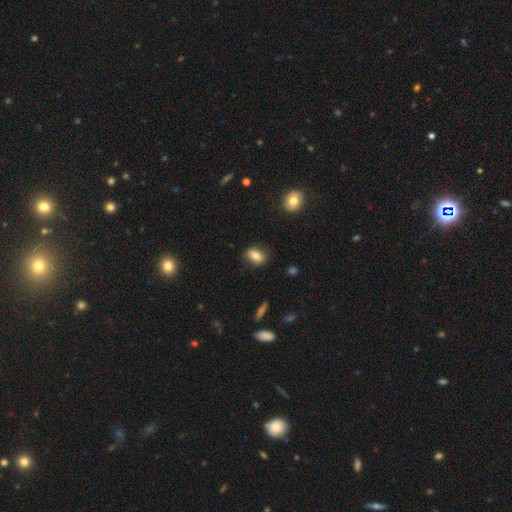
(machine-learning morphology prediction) Smooth or featured? smooth (78%)
How rounded? in between (80%)
Merging? none (80%)